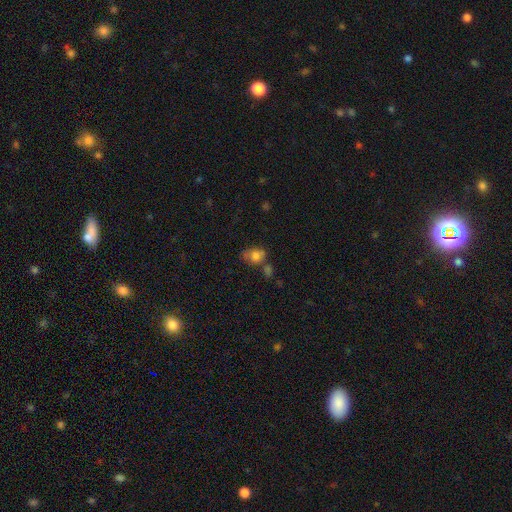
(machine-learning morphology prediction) This is likely a smooth galaxy (75%). How rounded: possibly in between (55%). Merging: marginally none (45%).